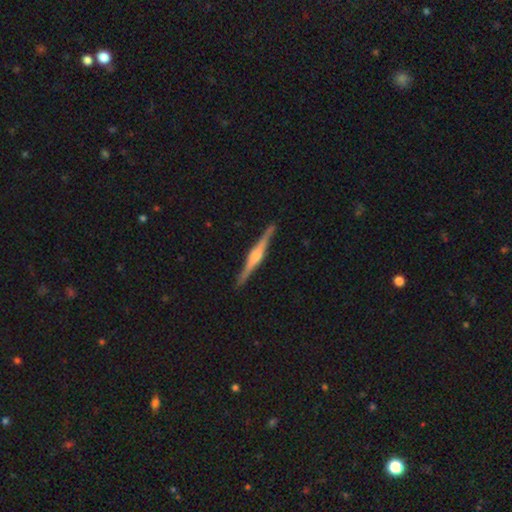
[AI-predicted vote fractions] Overall: featured or disk (81%). Edge-on disk: yes (98%). Edge-on bulge: rounded (70%). Merging: none (90%).